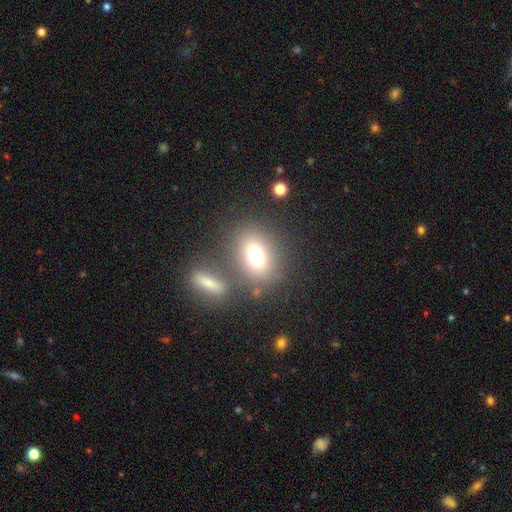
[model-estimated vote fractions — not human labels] This is likely a smooth galaxy (74%). How rounded: likely in between (67%). Merging: likely none (68%).